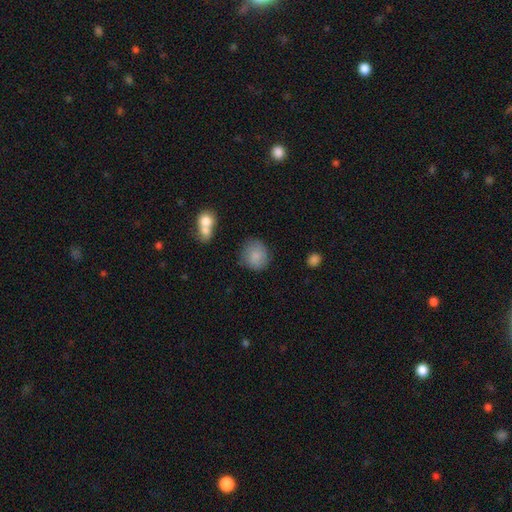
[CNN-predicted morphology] smooth-or-featured: smooth: 82% | featured or disk: 11% | star or artifact: 7%
  how-rounded: round: 84% | in between: 15% | cigar-shaped: 1%
  merging: none: 75% | minor disturbance: 16% | major disturbance: 5% | merger: 4%